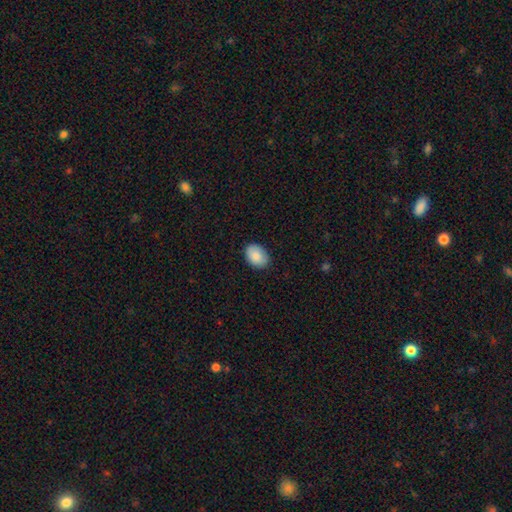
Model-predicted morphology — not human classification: Smooth or featured? Predicted: smooth (p=0.88). How rounded? Predicted: in between (p=0.81). Merging? Predicted: none (p=0.86).